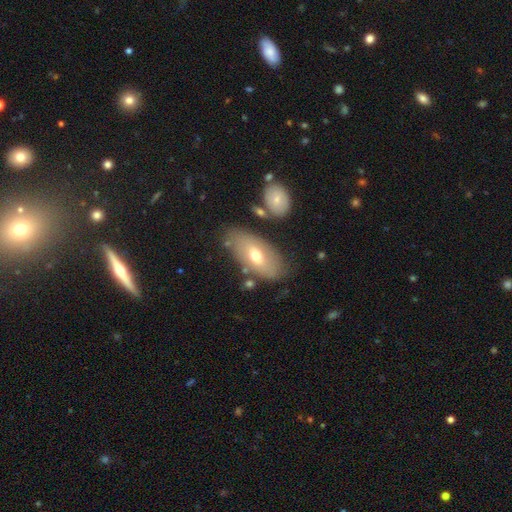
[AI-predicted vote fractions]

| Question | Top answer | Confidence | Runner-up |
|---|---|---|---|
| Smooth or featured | smooth | 58% | featured or disk (34%) |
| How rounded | in between | 90% | cigar-shaped (6%) |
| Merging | none | 73% | minor disturbance (15%) |